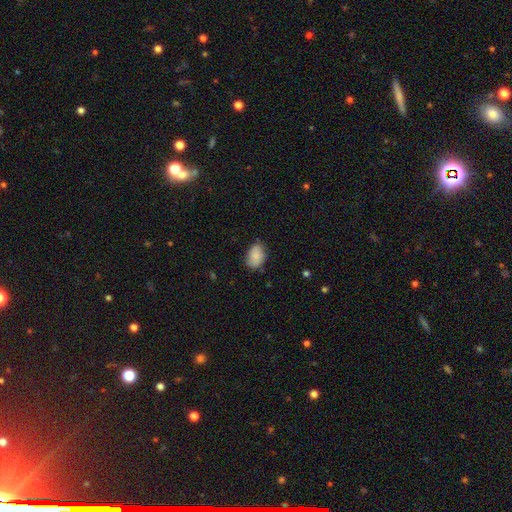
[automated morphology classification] Q: Smooth or featured?
A: smooth (83%); runner-up: featured or disk (10%)
Q: How rounded?
A: in between (83%); runner-up: round (16%)
Q: Merging?
A: none (71%); runner-up: minor disturbance (24%)